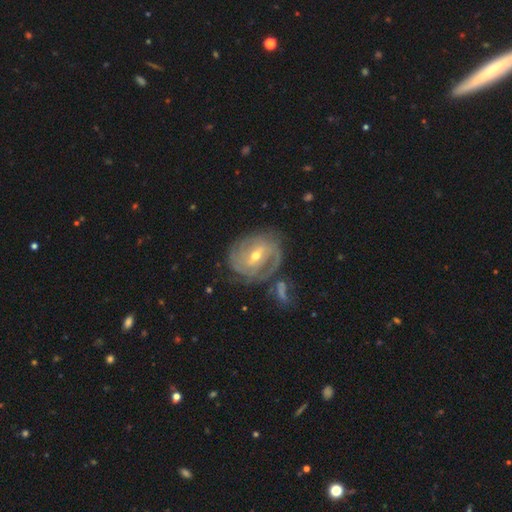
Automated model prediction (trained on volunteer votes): Smooth or featured? Predicted: featured or disk (p=0.85). Edge-on disk? Predicted: no (p=0.96). Bar? Predicted: weak (p=0.49). Spiral arms? Predicted: yes (p=0.93). Spiral winding? Predicted: tight (p=0.65). Spiral arm count? Predicted: 2 (p=0.36). Bulge size? Predicted: moderate (p=0.49). Merging? Predicted: none (p=0.64).